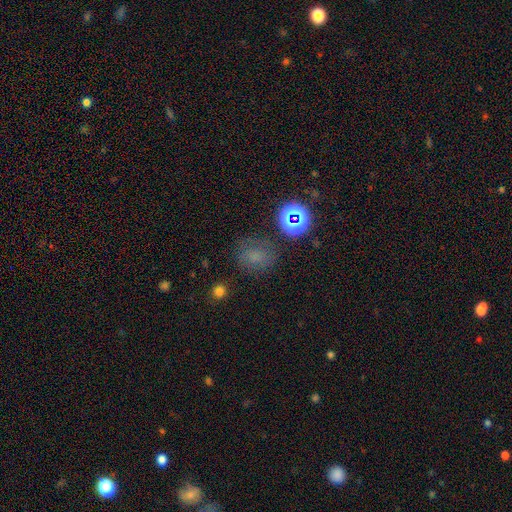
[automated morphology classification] Smooth or featured? smooth (57%)
How rounded? round (62%)
Merging? none (71%)